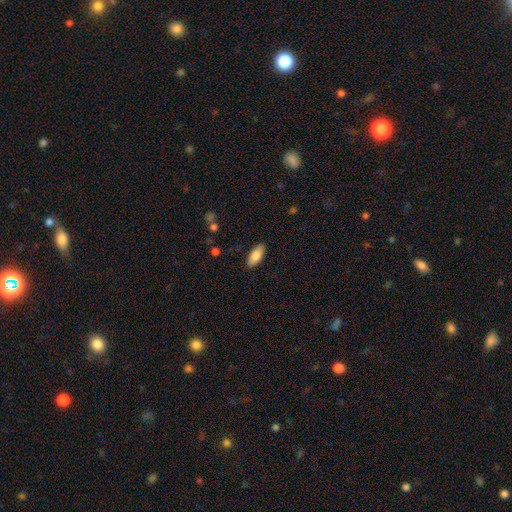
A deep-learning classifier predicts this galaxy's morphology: Smooth or featured? Predicted: smooth (p=0.84). How rounded? Predicted: in between (p=0.84). Merging? Predicted: none (p=0.88).